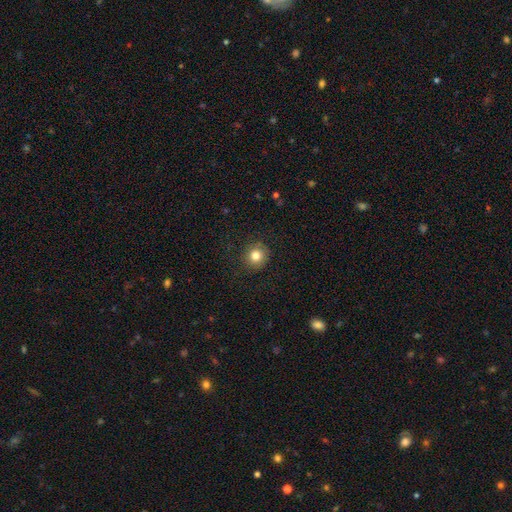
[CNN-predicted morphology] smooth 81%, star or artifact 11%, featured or disk 8%. Down the decision tree: how rounded — round (91%); merging — none (87%).